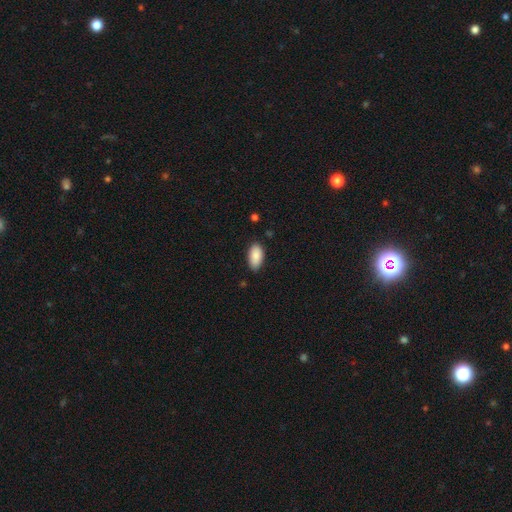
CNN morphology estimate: Overall: smooth (88%). How rounded: in between (95%). Merging: none (84%).